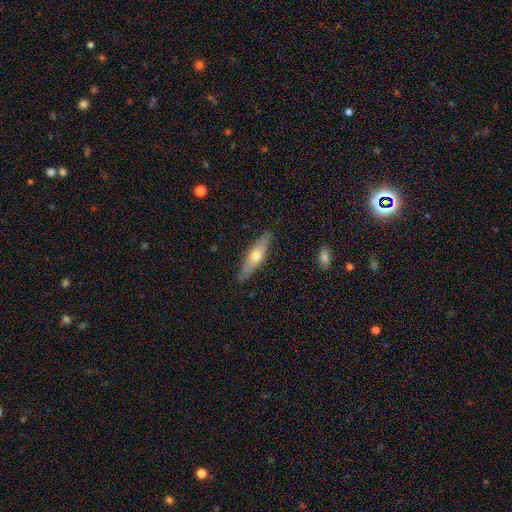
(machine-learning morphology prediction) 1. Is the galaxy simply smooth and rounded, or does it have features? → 52% featured or disk, 42% smooth, 6% star or artifact.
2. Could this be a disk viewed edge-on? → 85% yes, 15% no.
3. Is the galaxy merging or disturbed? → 88% none, 9% minor disturbance, 2% major disturbance, 1% merger.